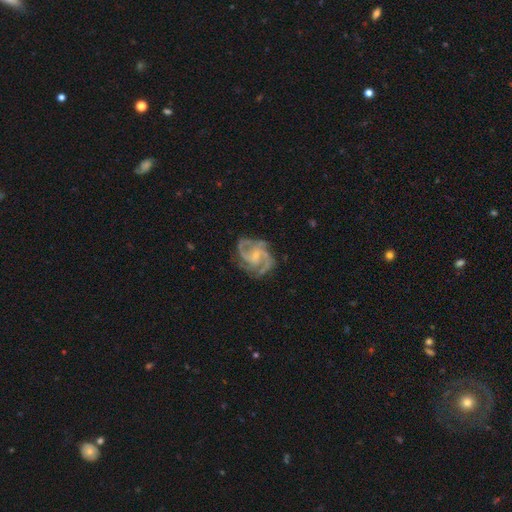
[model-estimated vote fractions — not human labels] Q: Smooth or featured?
A: featured or disk (91%); runner-up: smooth (4%)
Q: Edge-on disk?
A: no (98%); runner-up: yes (2%)
Q: Bar?
A: no (54%); runner-up: weak (37%)
Q: Spiral arms?
A: yes (98%); runner-up: no (2%)
Q: Spiral winding?
A: medium (55%); runner-up: tight (35%)
Q: Spiral arm count?
A: 3 (47%); runner-up: 2 (27%)
Q: Bulge size?
A: small (70%); runner-up: moderate (24%)
Q: Merging?
A: none (72%); runner-up: minor disturbance (18%)